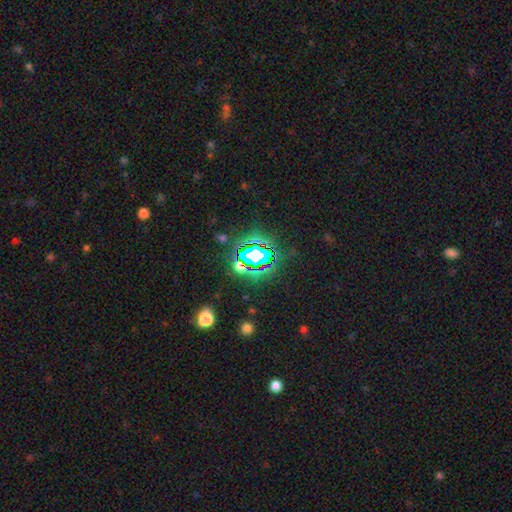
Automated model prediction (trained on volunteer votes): smooth-or-featured: star or artifact: 74% | smooth: 15% | featured or disk: 11%